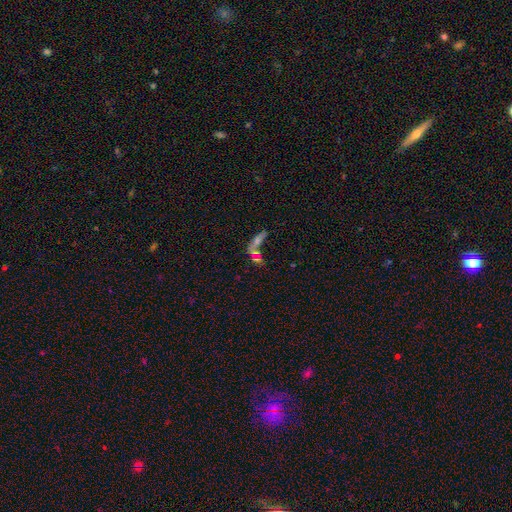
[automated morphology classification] smooth-or-featured: smooth: 53% | featured or disk: 33% | star or artifact: 15%
  how-rounded: in between: 48% | cigar-shaped: 44% | round: 7%
  merging: merger: 55% | none: 26% | major disturbance: 10% | minor disturbance: 9%